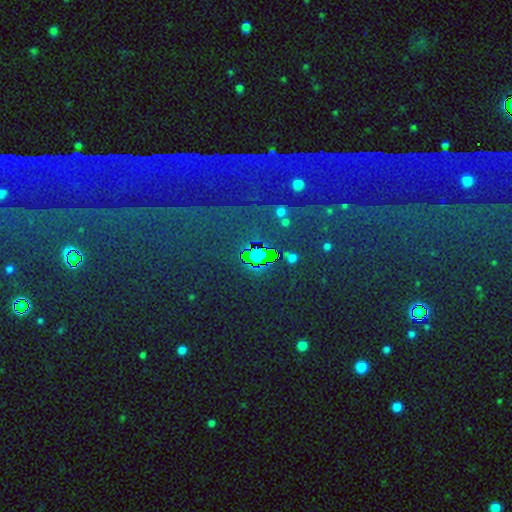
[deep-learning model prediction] A star or artifact, not a galaxy (81%).

Vote fractions:
- Smooth or featured? star or artifact: 81% / smooth: 11% / featured or disk: 8%